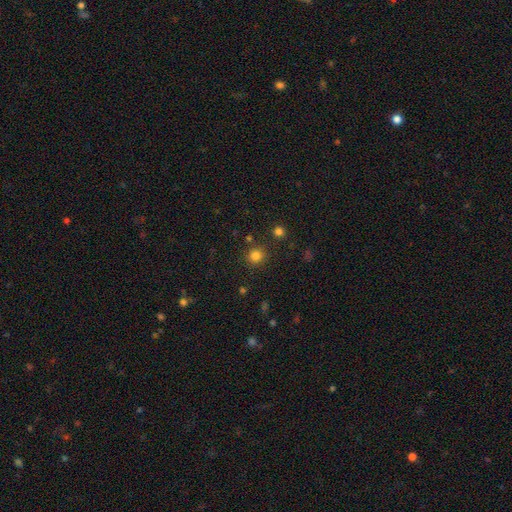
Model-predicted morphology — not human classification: Smooth or featured: smooth — 82% (star or artifact — 14%)
How rounded: round — 91% (in between — 8%)
Merging: none — 86% (minor disturbance — 7%)